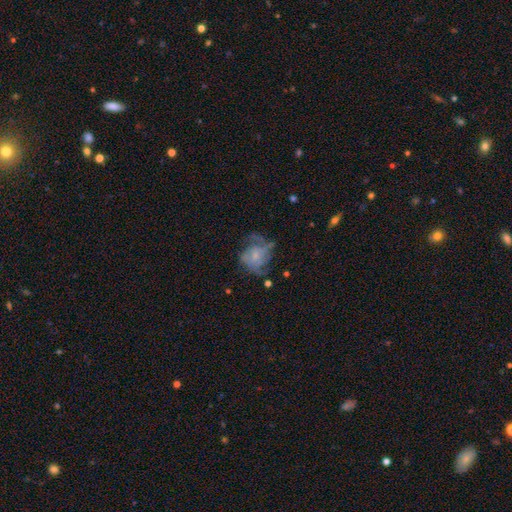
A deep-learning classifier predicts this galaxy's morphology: Smooth or featured?
  - featured or disk: 58% *
  - smooth: 31%
  - star or artifact: 11%
Edge-on disk?
  - no: 98% *
  - yes: 2%
Bar?
  - no: 80% *
  - weak: 17%
  - strong: 3%
Spiral arms?
  - yes: 65% *
  - no: 35%
Bulge size?
  - small: 59% *
  - moderate: 21%
  - none: 16%
  - large: 3%
  - dominant: 1%
Merging?
  - none: 41% *
  - major disturbance: 32%
  - minor disturbance: 24%
  - merger: 3%